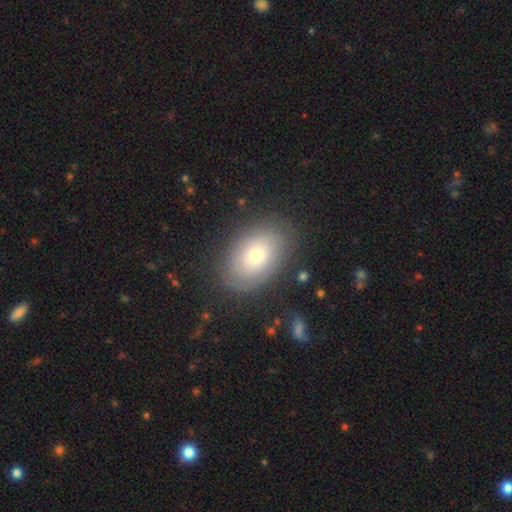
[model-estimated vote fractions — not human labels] Smooth or featured? Predicted: smooth (p=0.48). Merging? Predicted: none (p=0.82).